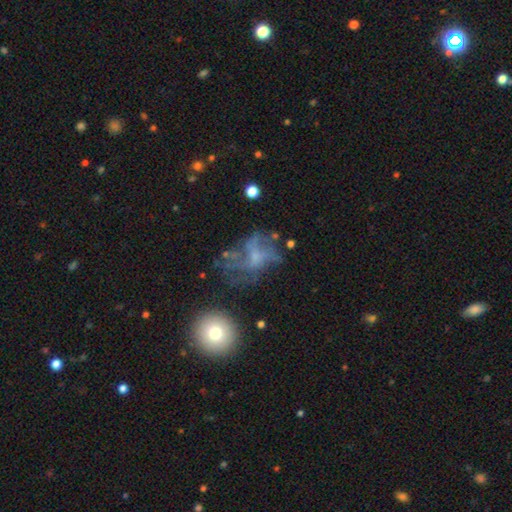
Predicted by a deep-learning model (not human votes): Smooth or featured?
  - featured or disk: 54% *
  - smooth: 27%
  - star or artifact: 19%
Edge-on disk?
  - no: 97% *
  - yes: 3%
Bar?
  - no: 79% *
  - weak: 17%
  - strong: 4%
Spiral arms?
  - no: 65% *
  - yes: 35%
Bulge size?
  - small: 38% *
  - none: 37%
  - moderate: 20%
  - large: 3%
  - dominant: 1%
Merging?
  - none: 39% *
  - major disturbance: 37%
  - minor disturbance: 17%
  - merger: 6%